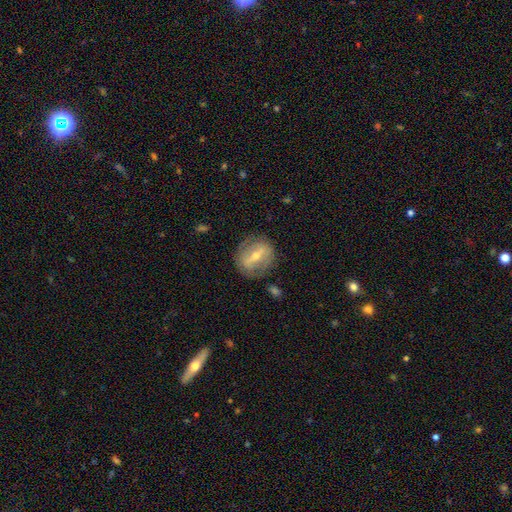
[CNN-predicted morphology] smooth-or-featured: featured or disk: 63% | smooth: 29% | star or artifact: 8%
  disk-edge-on: no: 88% | yes: 12%
    bar: strong: 55% | weak: 31% | no: 14%
    has-spiral-arms: no: 59% | yes: 41%
    bulge-size: small: 51% | moderate: 45% | large: 2% | none: 1% | dominant: 1%
  merging: none: 79% | minor disturbance: 14% | major disturbance: 5% | merger: 2%